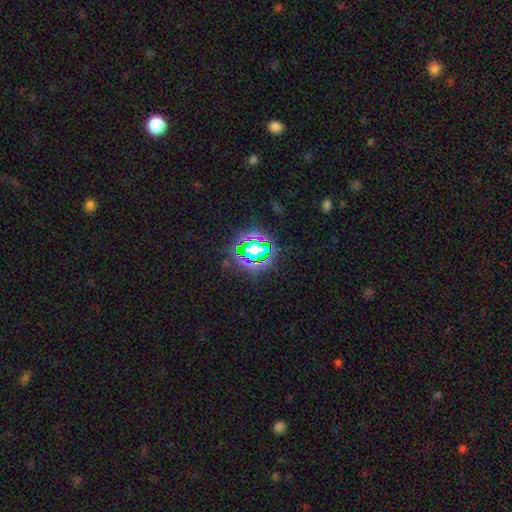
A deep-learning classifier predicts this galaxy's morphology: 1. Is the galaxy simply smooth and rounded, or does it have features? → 69% star or artifact, 21% smooth, 10% featured or disk.